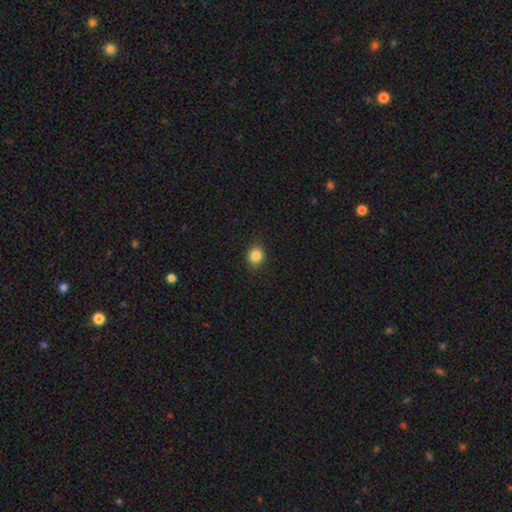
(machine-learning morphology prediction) A smooth galaxy with no disk features (85%) that is round (76%).

Vote fractions:
- Smooth or featured? smooth: 85% / star or artifact: 10% / featured or disk: 4%
- How rounded? round: 76% / in between: 23% / cigar-shaped: 1%
- Merging? none: 88% / minor disturbance: 9% / major disturbance: 2% / merger: 1%